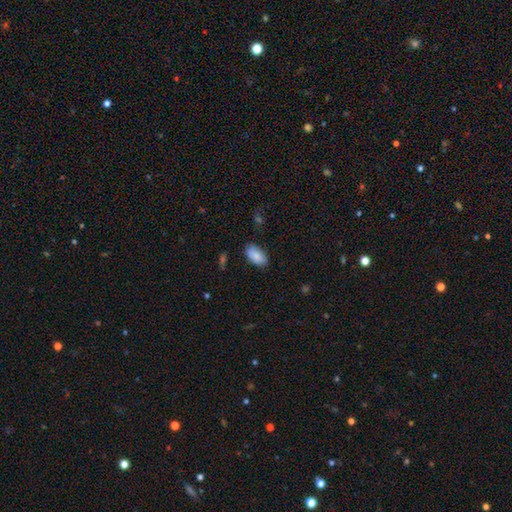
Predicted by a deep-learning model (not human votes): Smooth or featured? Predicted: smooth (p=0.86). How rounded? Predicted: in between (p=0.94). Merging? Predicted: none (p=0.82).